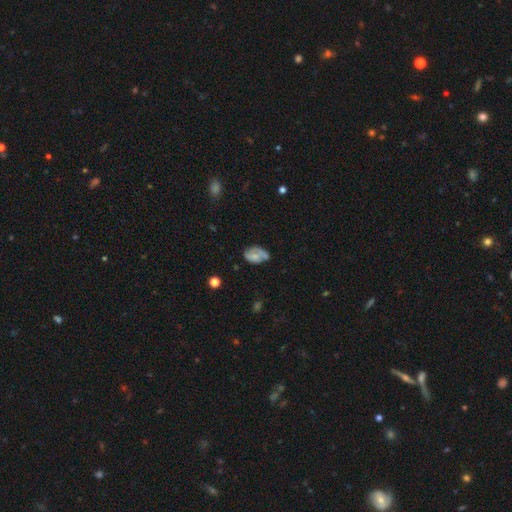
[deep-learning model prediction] smooth-or-featured: smooth: 58% | featured or disk: 33% | star or artifact: 9%
  how-rounded: in between: 85% | round: 14% | cigar-shaped: 1%
  merging: none: 42% | minor disturbance: 34% | major disturbance: 13% | merger: 11%